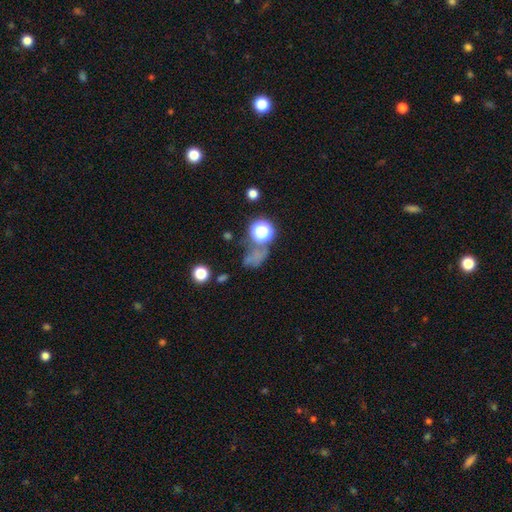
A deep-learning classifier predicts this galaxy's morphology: This appears to be a smooth galaxy with no disk features (47%). Merging: none (40%).